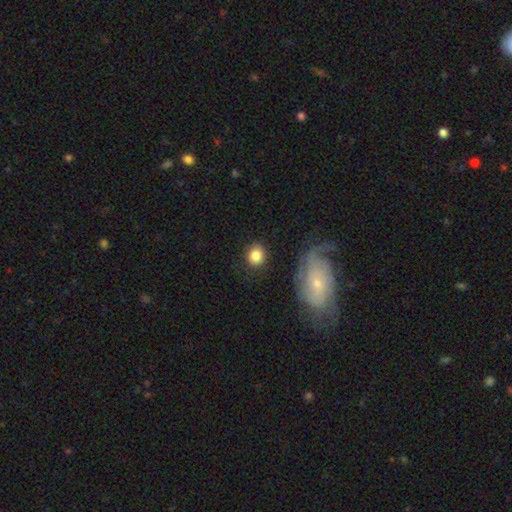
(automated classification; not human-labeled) A smooth galaxy with no disk features (84%) that is round (74%).

Vote fractions:
- Smooth or featured? smooth: 84% / featured or disk: 8% / star or artifact: 8%
- How rounded? round: 74% / in between: 25% / cigar-shaped: 1%
- Merging? none: 84% / minor disturbance: 9% / major disturbance: 3% / merger: 3%